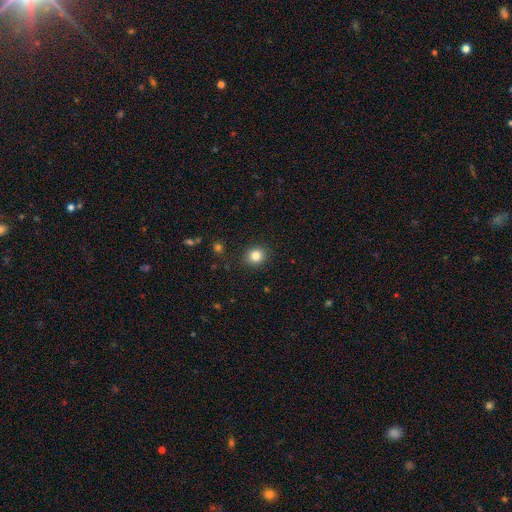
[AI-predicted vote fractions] Smooth or featured? Predicted: smooth (p=0.83). How rounded? Predicted: round (p=0.83). Merging? Predicted: none (p=0.89).